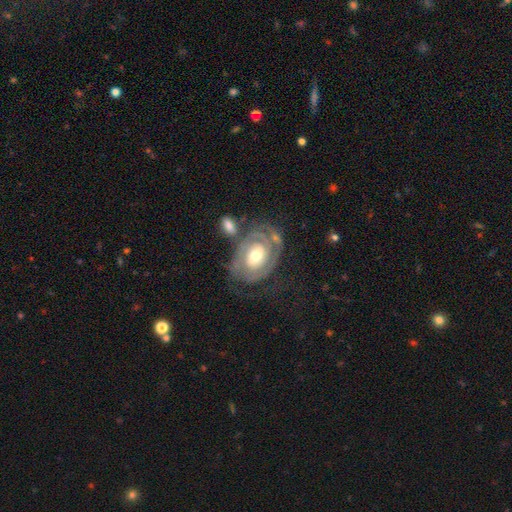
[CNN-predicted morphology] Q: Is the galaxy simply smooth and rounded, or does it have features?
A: featured or disk — 81%.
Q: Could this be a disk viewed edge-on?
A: no — 96%.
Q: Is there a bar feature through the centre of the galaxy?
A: no — 69%.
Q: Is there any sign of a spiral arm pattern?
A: yes — 87%.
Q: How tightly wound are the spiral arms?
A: tight — 74%.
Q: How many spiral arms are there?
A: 2 — 40%.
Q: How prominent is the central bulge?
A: moderate — 63%.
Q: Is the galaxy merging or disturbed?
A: none — 55%.